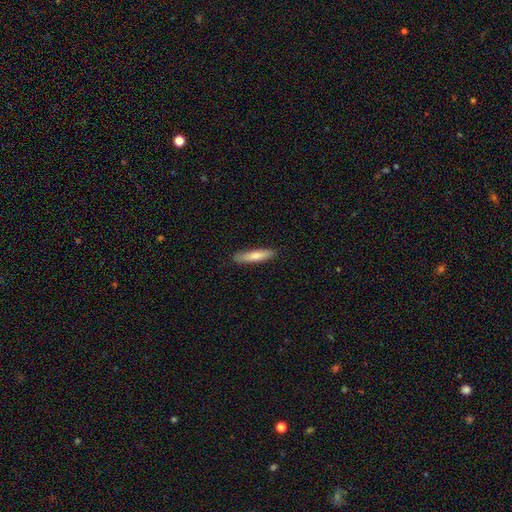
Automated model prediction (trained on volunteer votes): Smooth or featured? Predicted: smooth (p=0.75). How rounded? Predicted: cigar-shaped (p=0.83). Merging? Predicted: none (p=0.88).